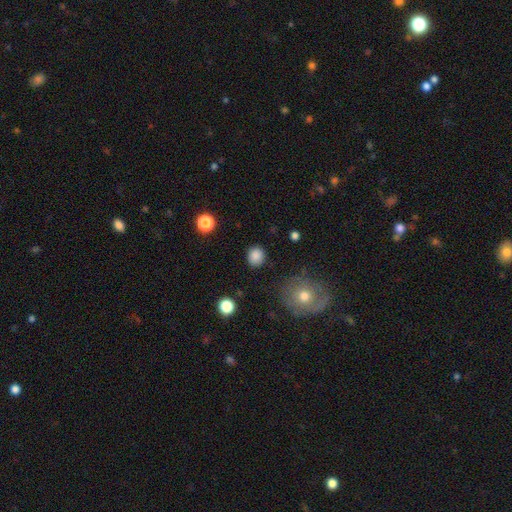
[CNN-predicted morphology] type=smooth (86%); roundness=round (81%); merging=none (88%).